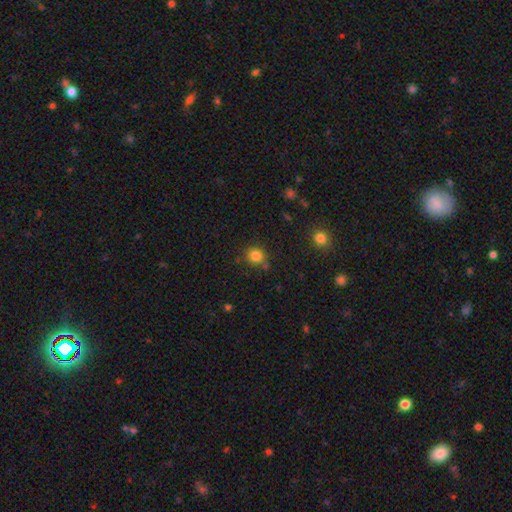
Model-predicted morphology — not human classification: A smooth galaxy with no disk features (82%) that is round (84%). Merging: none (71%).